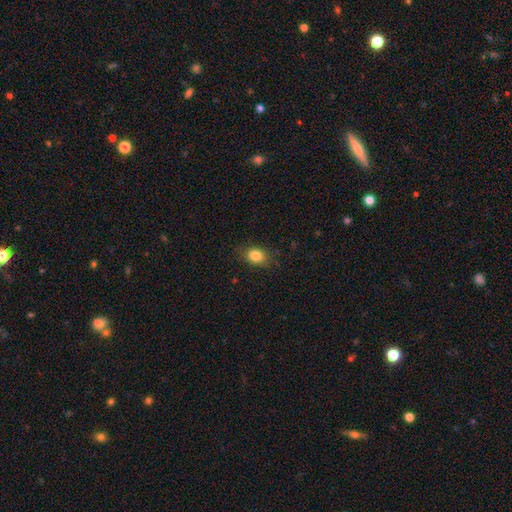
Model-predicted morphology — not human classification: Smooth or featured: smooth — 84% (star or artifact — 10%)
How rounded: in between — 60% (round — 38%)
Merging: none — 82% (minor disturbance — 14%)